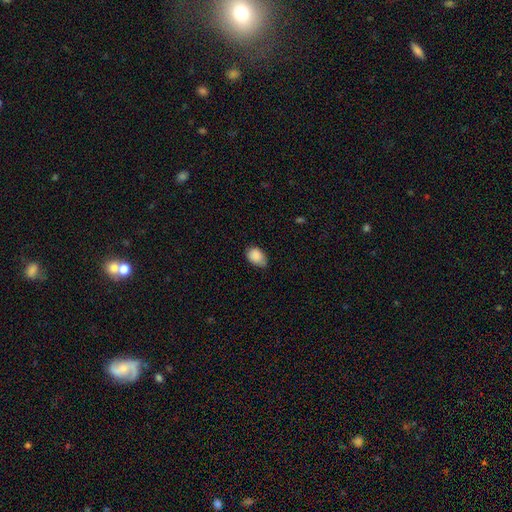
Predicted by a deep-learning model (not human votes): Smooth or featured: smooth — 88% (star or artifact — 8%)
How rounded: in between — 79% (round — 20%)
Merging: none — 60% (minor disturbance — 33%)